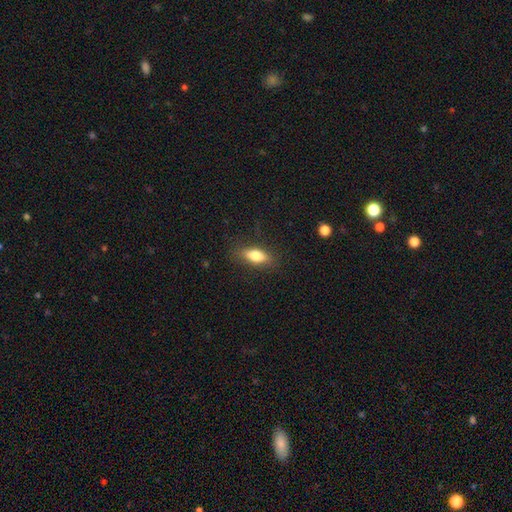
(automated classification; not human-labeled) smooth_or_featured: smooth (p=0.77) [alt: featured or disk p=0.15]
how_rounded: in between (p=0.75) [alt: cigar-shaped p=0.21]
merging: none (p=0.82) [alt: minor disturbance p=0.13]